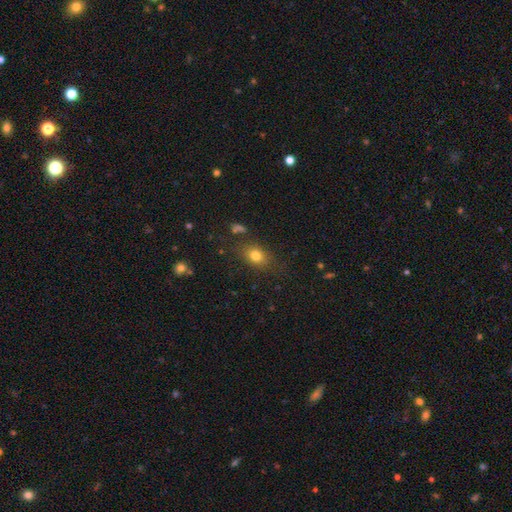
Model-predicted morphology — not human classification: Smooth or featured: smooth — 77% (star or artifact — 13%)
How rounded: in between — 60% (round — 38%)
Merging: none — 77% (minor disturbance — 15%)